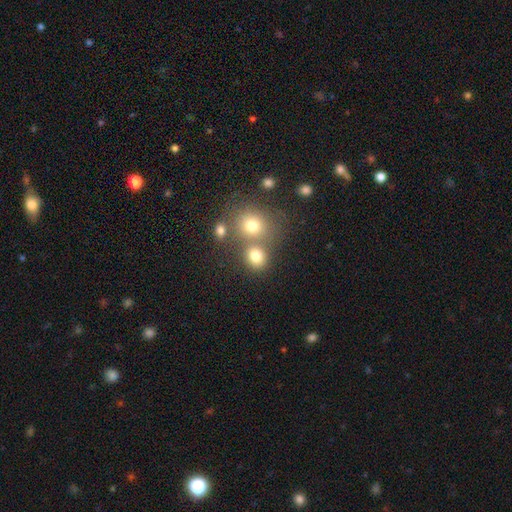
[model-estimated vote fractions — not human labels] This is likely a smooth galaxy (77%). How rounded: likely round (70%). Merging: possibly none (56%).